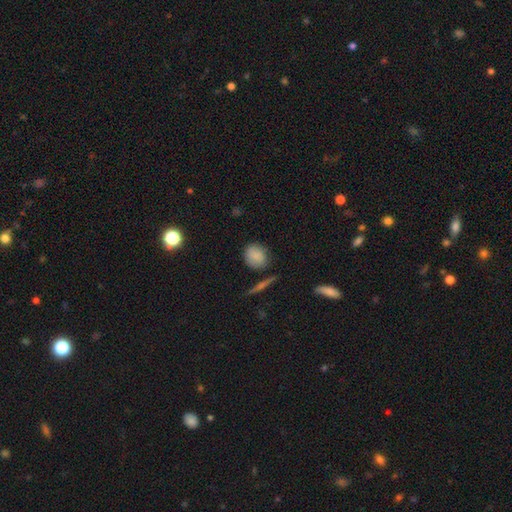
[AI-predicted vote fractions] Q: Smooth or featured?
A: smooth (84%); runner-up: star or artifact (9%)
Q: How rounded?
A: round (65%); runner-up: in between (33%)
Q: Merging?
A: none (76%); runner-up: minor disturbance (17%)